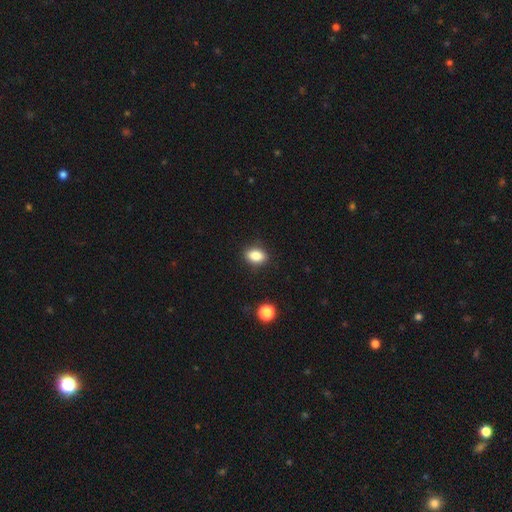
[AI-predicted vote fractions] Smooth or featured? smooth (86%)
How rounded? in between (78%)
Merging? none (87%)